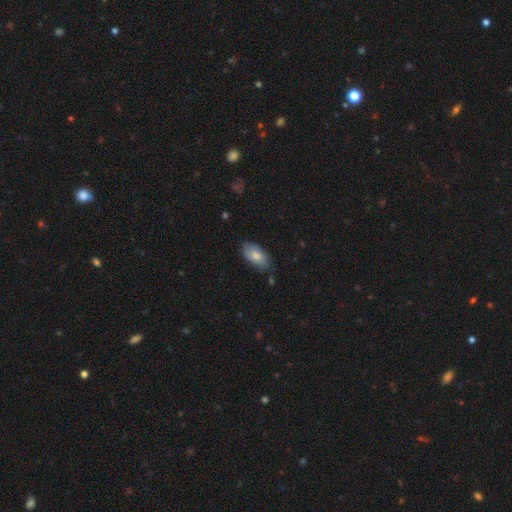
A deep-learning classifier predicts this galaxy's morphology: type=smooth (79%); roundness=in between (94%); merging=none (74%).